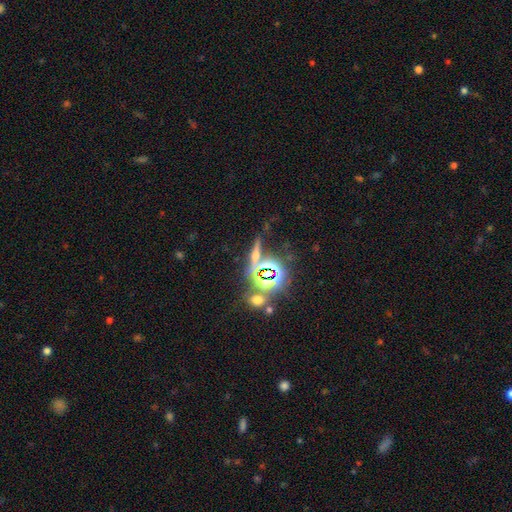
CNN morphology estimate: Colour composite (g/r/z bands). It shows a star or artifact, not a galaxy (44%).